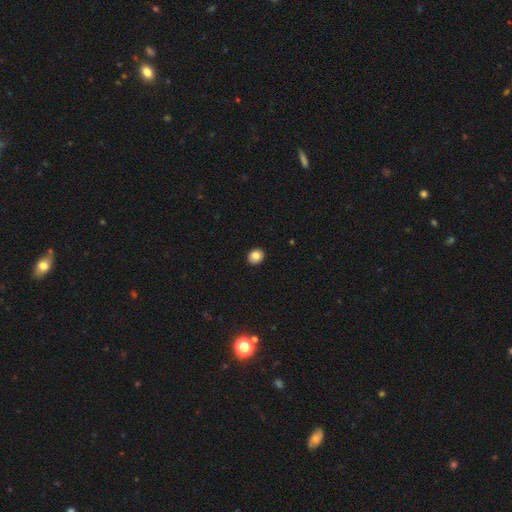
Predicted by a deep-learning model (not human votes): Q: Smooth or featured?
A: smooth (84%); runner-up: star or artifact (9%)
Q: How rounded?
A: round (69%); runner-up: in between (30%)
Q: Merging?
A: none (91%); runner-up: minor disturbance (6%)